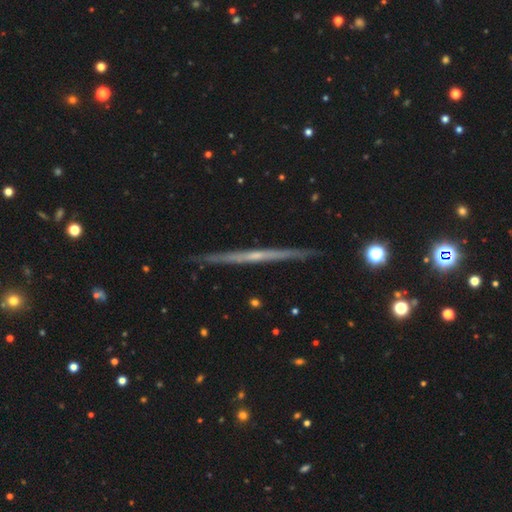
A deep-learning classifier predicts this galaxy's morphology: smooth_or_featured: featured or disk (p=0.76) [alt: smooth p=0.17]
disk_edge_on: yes (p=0.98) [alt: no p=0.02]
edge_on_bulge: none (p=0.63) [alt: rounded p=0.32]
merging: none (p=0.91) [alt: minor disturbance p=0.07]